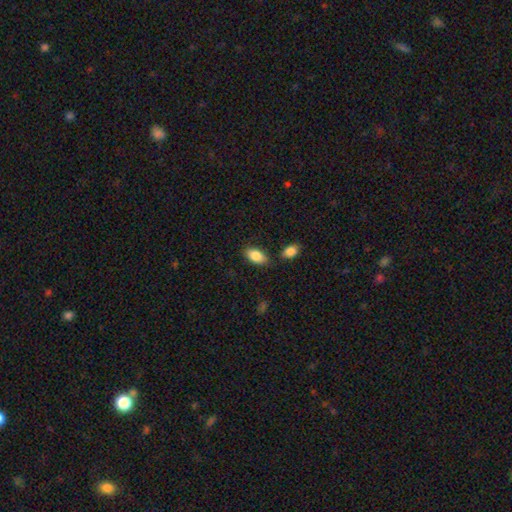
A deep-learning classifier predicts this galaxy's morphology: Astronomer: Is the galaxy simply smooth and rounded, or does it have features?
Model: smooth — 86%.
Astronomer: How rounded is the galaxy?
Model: in between — 93%.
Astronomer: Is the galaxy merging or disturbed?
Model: none — 79%.